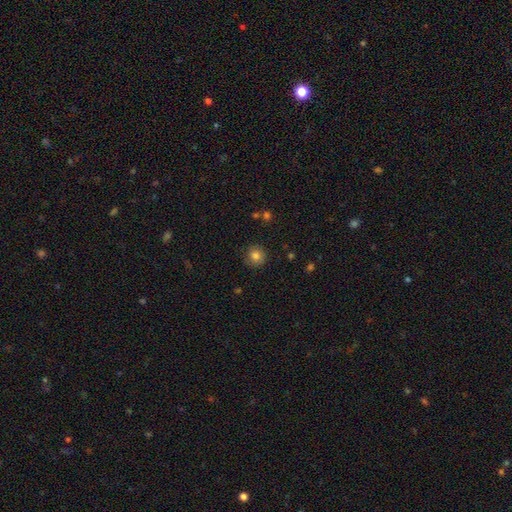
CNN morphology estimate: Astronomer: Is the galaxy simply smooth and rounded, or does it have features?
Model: smooth — 82%.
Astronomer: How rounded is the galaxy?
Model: round — 92%.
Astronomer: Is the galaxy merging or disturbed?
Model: none — 88%.